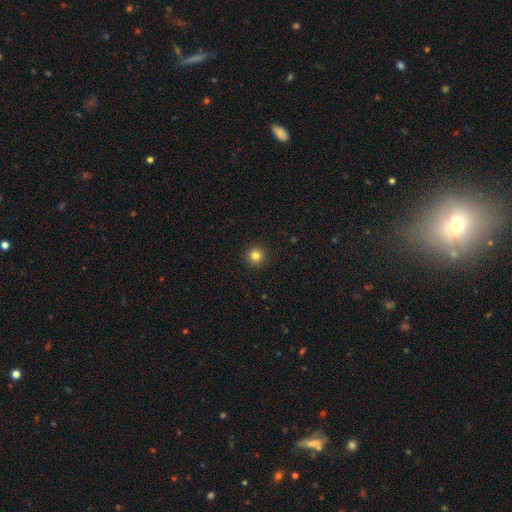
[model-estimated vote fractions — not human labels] Morphology: type=smooth (82%); roundness=round (96%); merging=none (93%).